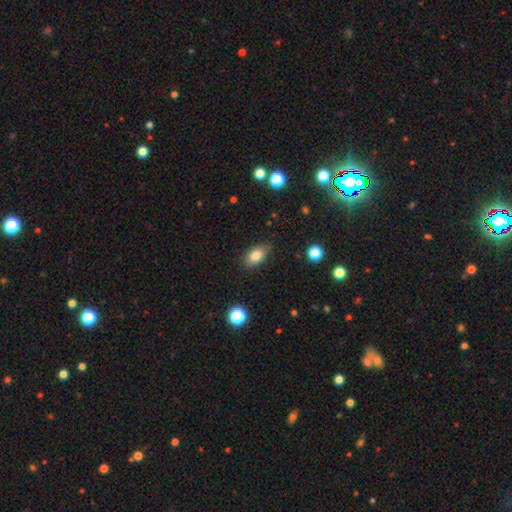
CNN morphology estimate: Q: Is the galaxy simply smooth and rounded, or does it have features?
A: smooth — 82%.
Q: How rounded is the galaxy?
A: in between — 87%.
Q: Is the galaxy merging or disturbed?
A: none — 81%.